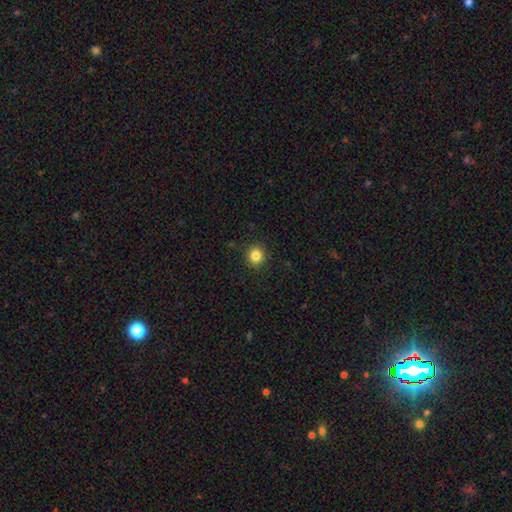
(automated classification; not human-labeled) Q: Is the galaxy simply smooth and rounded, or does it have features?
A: smooth — 84%.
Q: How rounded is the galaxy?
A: round — 87%.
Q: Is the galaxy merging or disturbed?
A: none — 91%.